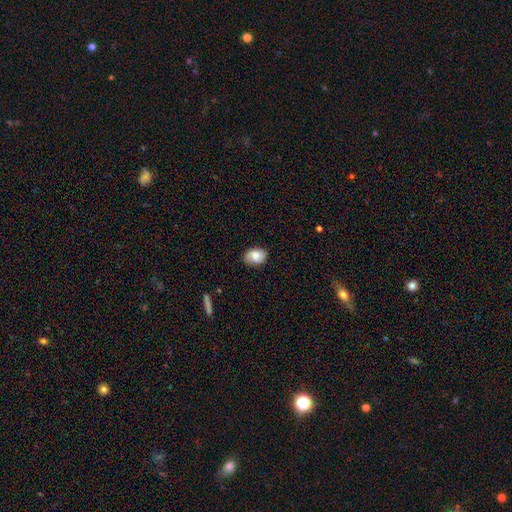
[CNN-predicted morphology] The model was most divided on "how rounded": in between: 71%, round: 27%, cigar-shaped: 1%. More confident: merging — none (76%); smooth or featured — smooth (75%).